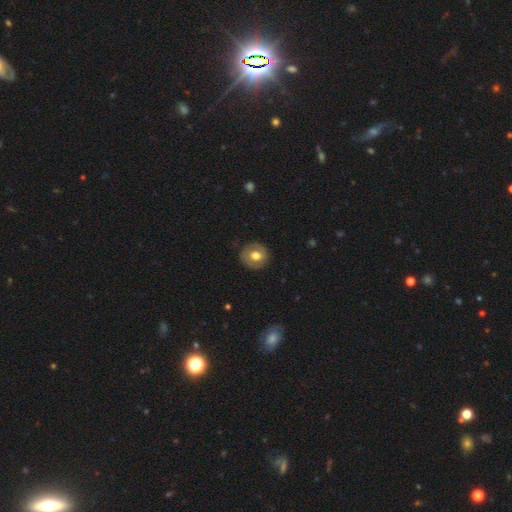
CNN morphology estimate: This is likely a smooth galaxy (61%). How rounded: clearly round (83%). Merging: clearly none (84%).